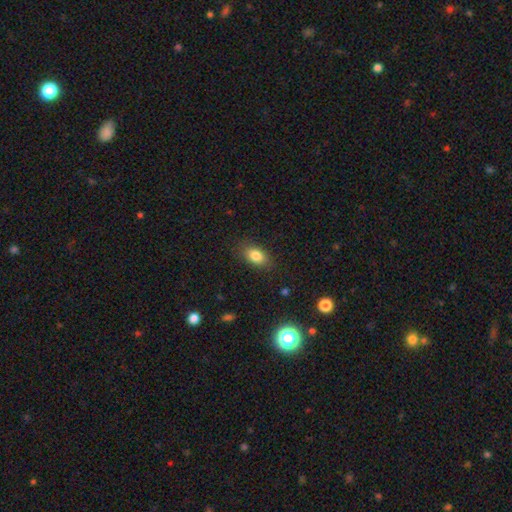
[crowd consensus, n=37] Q: Smooth or featured?
A: smooth (84%); runner-up: featured or disk (11%)
Q: How rounded?
A: in between (77%); runner-up: round (16%)
Q: Merging?
A: none (71%); runner-up: minor disturbance (20%)